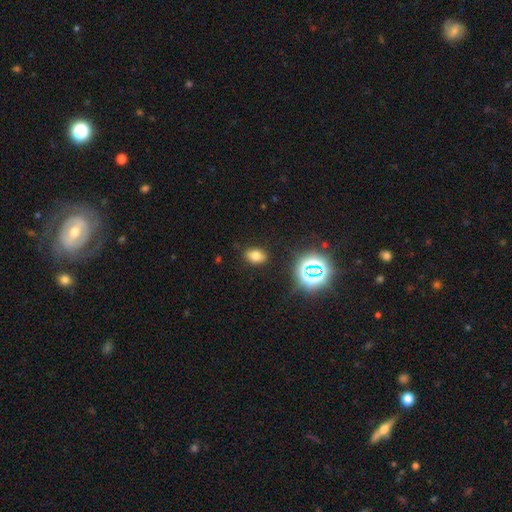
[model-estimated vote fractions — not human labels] smooth_or_featured: smooth (p=0.70) [alt: star or artifact p=0.20]
how_rounded: in between (p=0.78) [alt: round p=0.20]
merging: none (p=0.85) [alt: minor disturbance p=0.11]